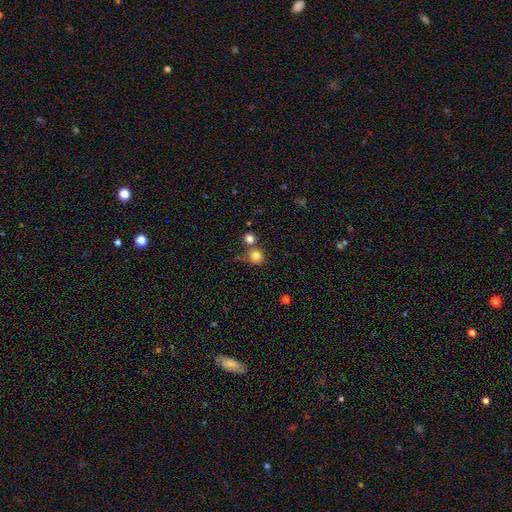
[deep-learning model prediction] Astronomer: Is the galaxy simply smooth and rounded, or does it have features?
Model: smooth — 81%.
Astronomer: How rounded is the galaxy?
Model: round — 89%.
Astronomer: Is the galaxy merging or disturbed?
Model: none — 61%.